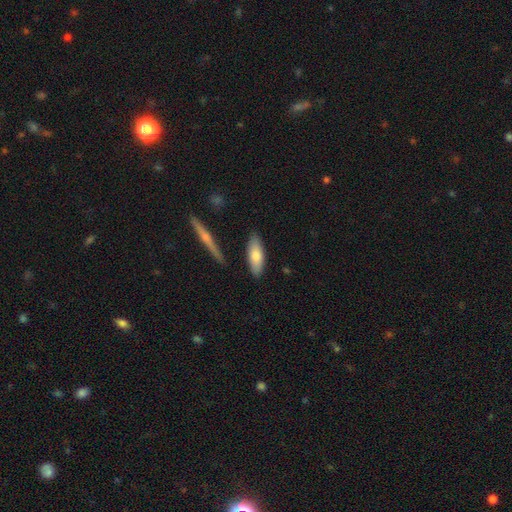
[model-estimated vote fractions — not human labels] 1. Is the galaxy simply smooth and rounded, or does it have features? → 73% smooth, 22% featured or disk, 6% star or artifact.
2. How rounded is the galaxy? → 67% in between, 30% cigar-shaped, 2% round.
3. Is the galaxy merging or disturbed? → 84% none, 11% minor disturbance, 3% merger, 2% major disturbance.